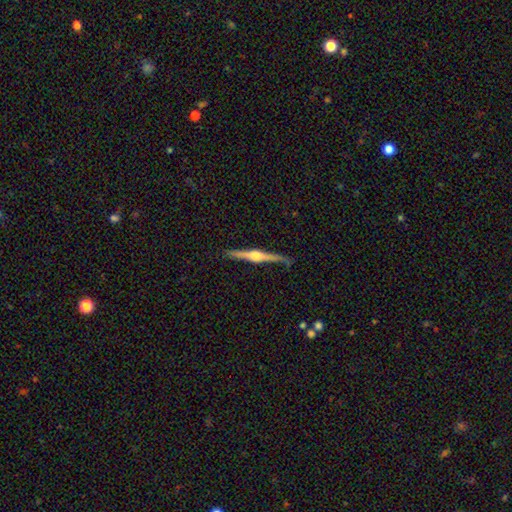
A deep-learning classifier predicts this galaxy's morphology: This is clearly a featured or disk galaxy (81%). It is clearly viewed edge-on (98%). Edge-on bulge: clearly rounded (91%). Merging: clearly none (86%).